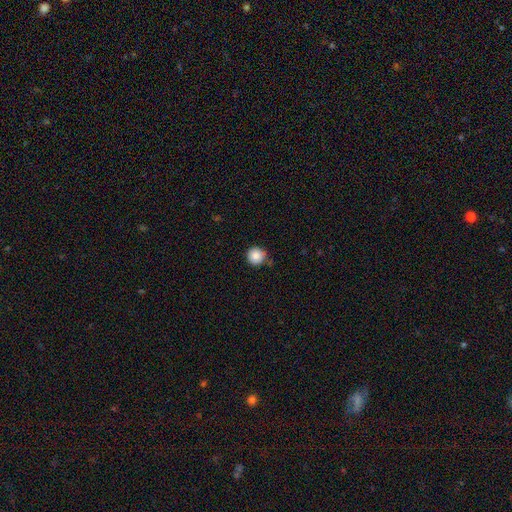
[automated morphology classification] smooth_or_featured: smooth (p=0.85) [alt: star or artifact p=0.09]
how_rounded: round (p=0.95) [alt: in between p=0.04]
merging: none (p=0.83) [alt: minor disturbance p=0.12]